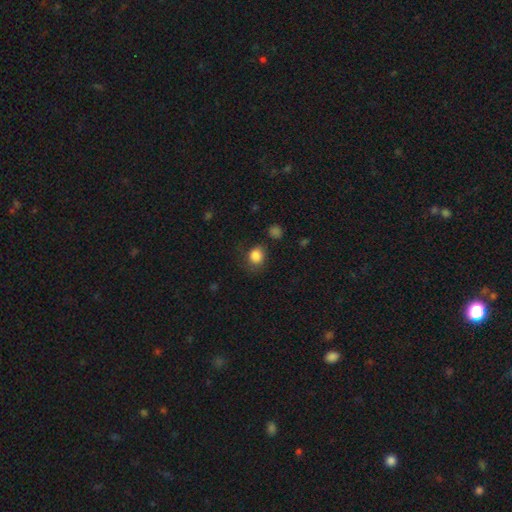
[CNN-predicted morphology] smooth 84%, star or artifact 11%, featured or disk 5%. Down the decision tree: how rounded — round (69%); merging — none (69%).